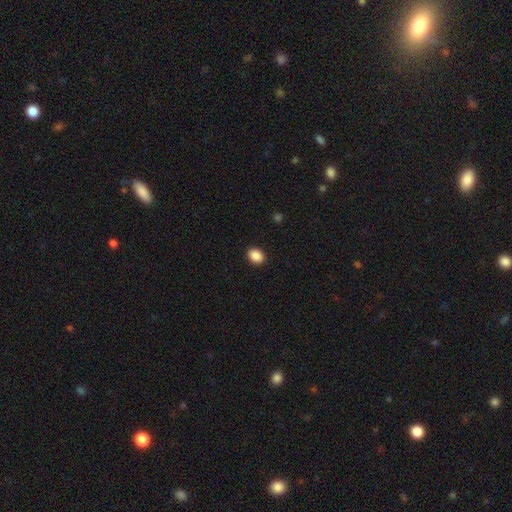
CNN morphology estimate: Q: Smooth or featured?
A: smooth (89%); runner-up: star or artifact (8%)
Q: How rounded?
A: in between (63%); runner-up: round (36%)
Q: Merging?
A: none (91%); runner-up: minor disturbance (6%)